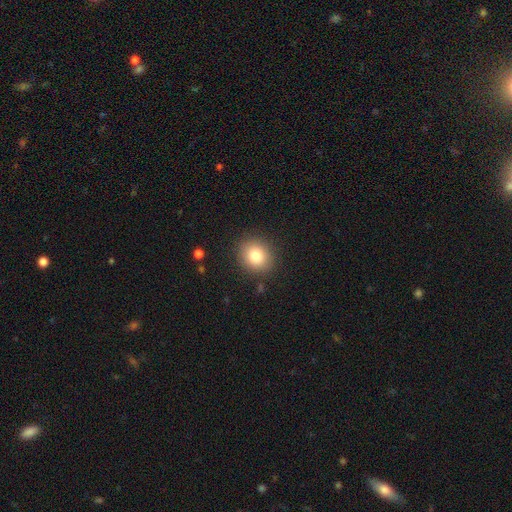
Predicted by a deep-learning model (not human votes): The model was most divided on "how rounded": round: 75%, in between: 25%, cigar-shaped: 1%. More confident: merging — none (88%); smooth or featured — smooth (82%).